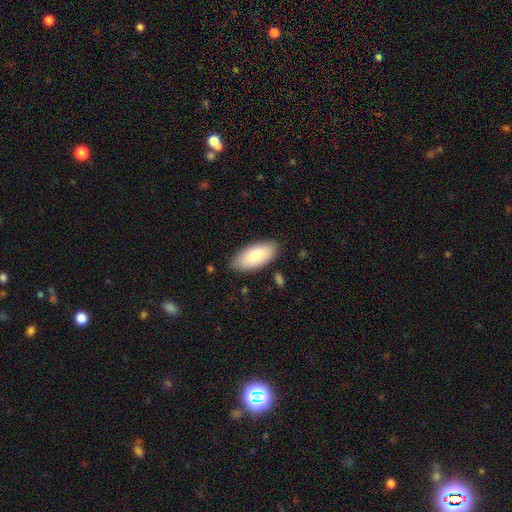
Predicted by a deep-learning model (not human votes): Q: Smooth or featured?
A: smooth (79%); runner-up: featured or disk (15%)
Q: How rounded?
A: in between (93%); runner-up: cigar-shaped (5%)
Q: Merging?
A: none (84%); runner-up: minor disturbance (12%)